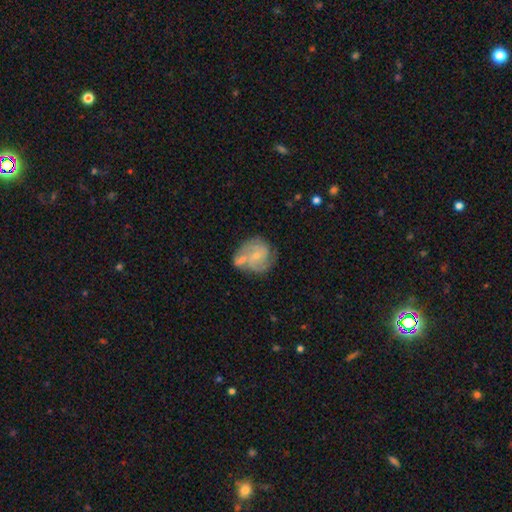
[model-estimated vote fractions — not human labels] Smooth or featured? Predicted: featured or disk (p=0.62). Edge-on disk? Predicted: no (p=0.98). Bar? Predicted: no (p=0.68). Spiral arms? Predicted: yes (p=0.79). Bulge size? Predicted: small (p=0.69). Merging? Predicted: merger (p=0.37, tied with none).